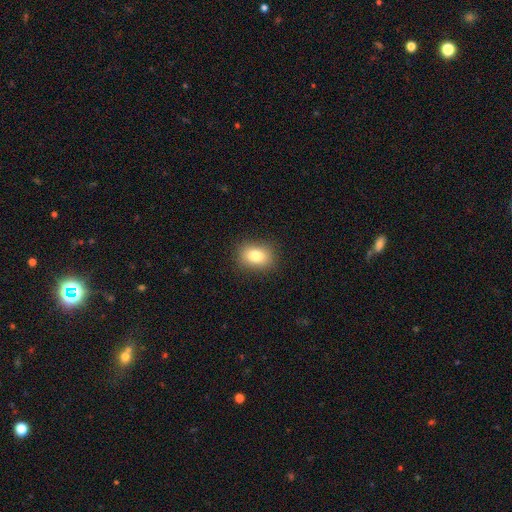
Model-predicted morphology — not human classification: type=smooth (81%); roundness=in between (65%); merging=none (86%).